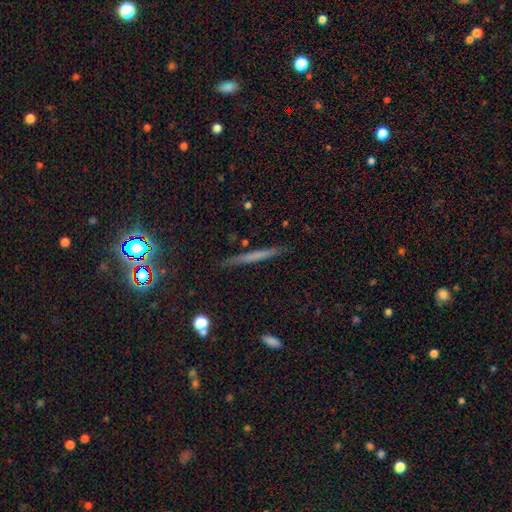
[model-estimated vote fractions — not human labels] smooth-or-featured: smooth: 51% | featured or disk: 37% | star or artifact: 12%
  how-rounded: cigar-shaped: 95% | in between: 3% | round: 2%
  merging: none: 88% | minor disturbance: 9% | major disturbance: 2% | merger: 2%